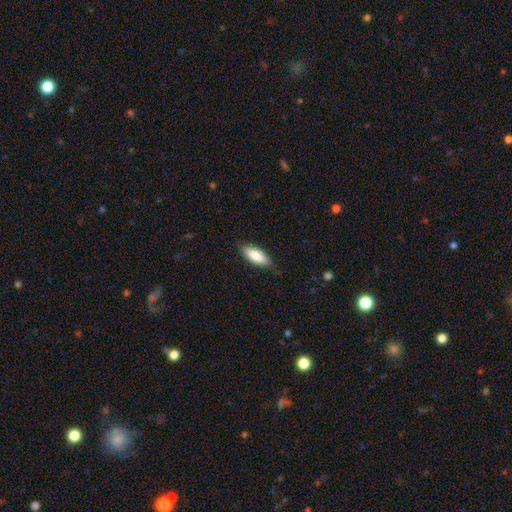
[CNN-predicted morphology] Overall: smooth (85%). How rounded: in between (71%). Merging: none (85%).